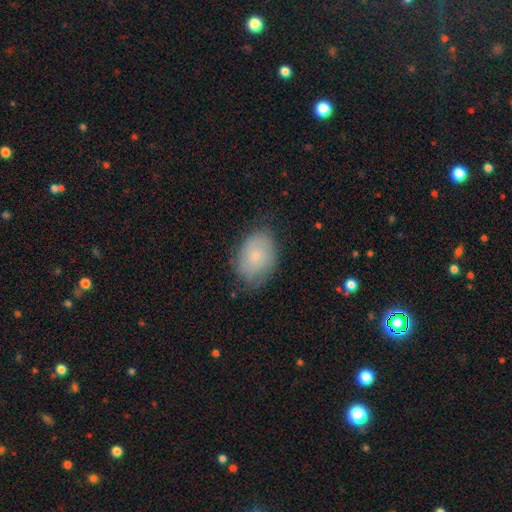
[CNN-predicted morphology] This appears to be a smooth galaxy with no disk features (58%) that is in between round and cigar-shaped (78%). Merging: none (67%).